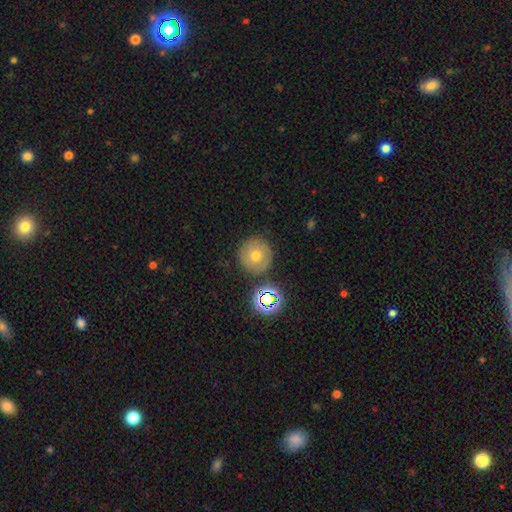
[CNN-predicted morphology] Smooth or featured?
  - smooth: 58% *
  - featured or disk: 24%
  - star or artifact: 17%
How rounded?
  - round: 95% *
  - in between: 4%
  - cigar-shaped: 1%
Merging?
  - none: 83% *
  - minor disturbance: 9%
  - merger: 4%
  - major disturbance: 3%